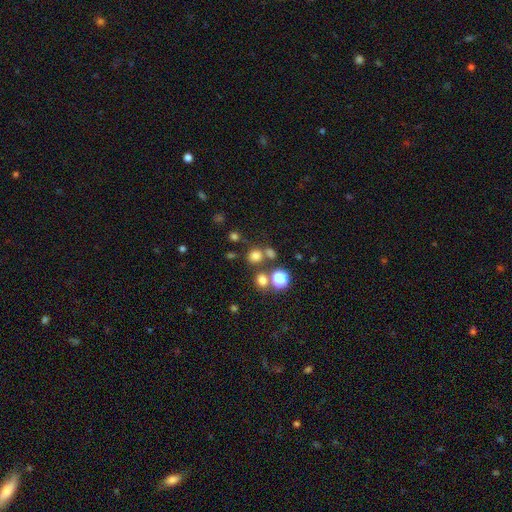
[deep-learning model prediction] Morphology: type=smooth (71%); roundness=round (86%); merging=none (70%).